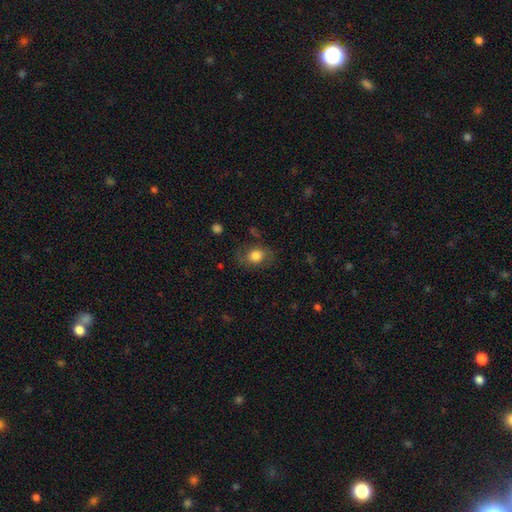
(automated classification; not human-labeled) Smooth or featured? Predicted: smooth (p=0.71). How rounded? Predicted: in between (p=0.55). Merging? Predicted: none (p=0.70).